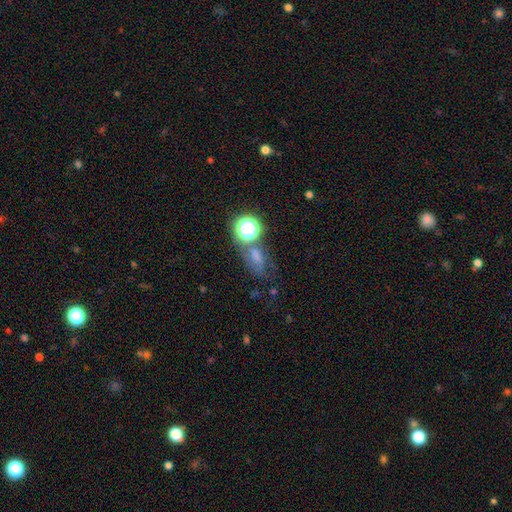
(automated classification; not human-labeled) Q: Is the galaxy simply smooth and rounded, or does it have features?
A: smooth — 57%.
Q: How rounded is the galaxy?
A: in between — 62%.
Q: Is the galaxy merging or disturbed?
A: none — 44%.